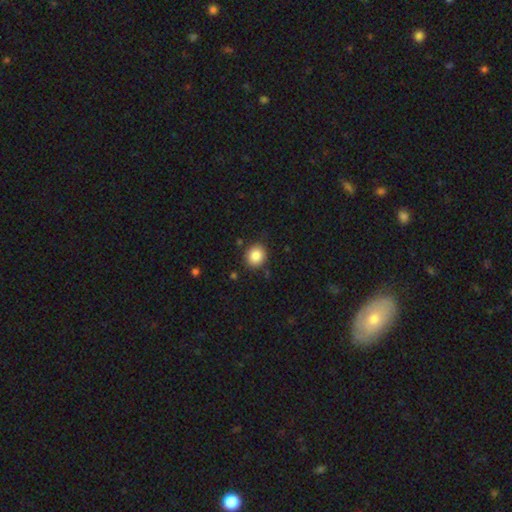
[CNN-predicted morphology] The model was most divided on "how rounded": round: 81%, in between: 18%, cigar-shaped: 1%. More confident: merging — none (87%); smooth or featured — smooth (86%).